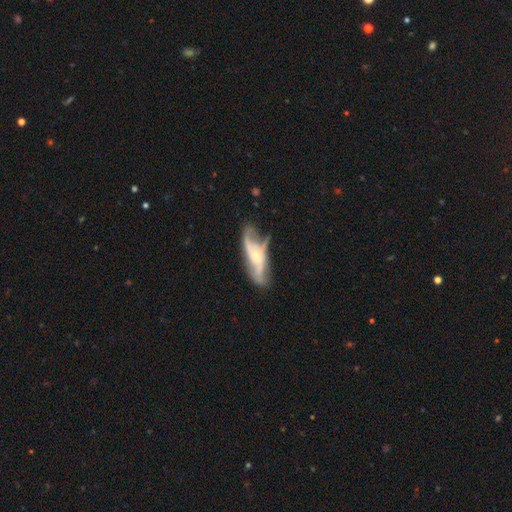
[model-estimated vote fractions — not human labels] Smooth or featured?
  - featured or disk: 71% *
  - smooth: 22%
  - star or artifact: 6%
Edge-on disk?
  - no: 81% *
  - yes: 19%
Bar?
  - no: 64% *
  - weak: 26%
  - strong: 10%
Spiral arms?
  - yes: 81% *
  - no: 19%
Bulge size?
  - small: 62% *
  - moderate: 30%
  - none: 4%
  - large: 3%
  - dominant: 1%
Merging?
  - none: 45% *
  - minor disturbance: 27%
  - major disturbance: 22%
  - merger: 6%